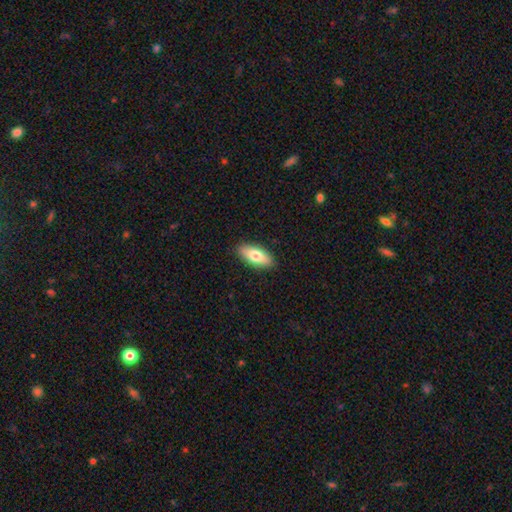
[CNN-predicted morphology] This is likely a smooth galaxy (74%). How rounded: likely in between (80%). Merging: clearly none (90%).